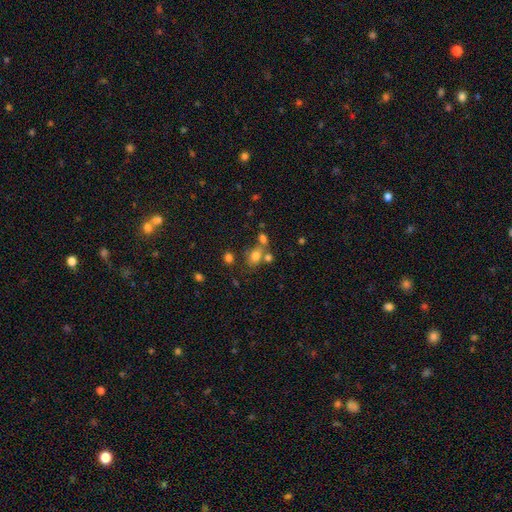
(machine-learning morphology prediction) type=smooth (71%); roundness=in between (53%); merging=none (46%).